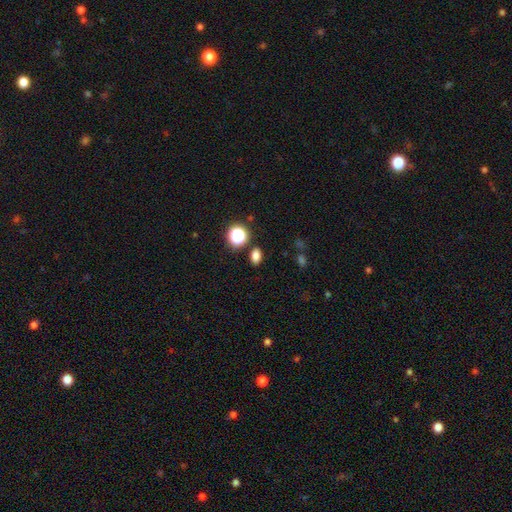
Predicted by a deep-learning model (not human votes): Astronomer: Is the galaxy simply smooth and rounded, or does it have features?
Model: smooth — 78%.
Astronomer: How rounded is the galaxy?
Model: in between — 76%.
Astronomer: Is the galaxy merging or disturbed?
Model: none — 85%.